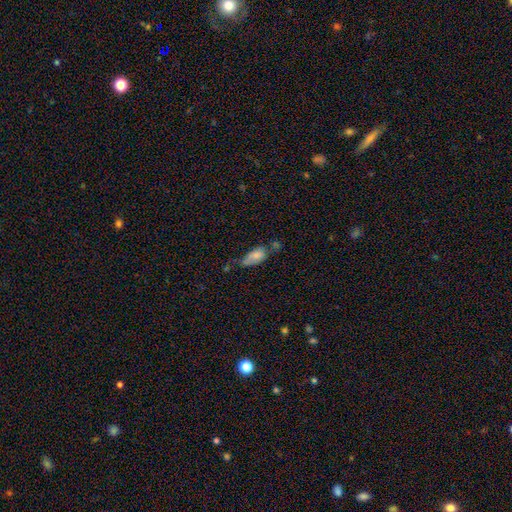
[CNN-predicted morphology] A smooth galaxy with no disk features (75%) that is in between round and cigar-shaped (87%). Merging: minor disturbance (32%).